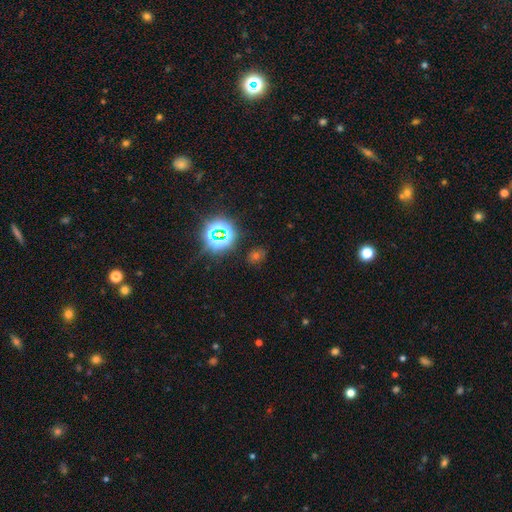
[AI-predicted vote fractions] The model was most divided on "smooth or featured": star or artifact: 50%, smooth: 41%, featured or disk: 9%.